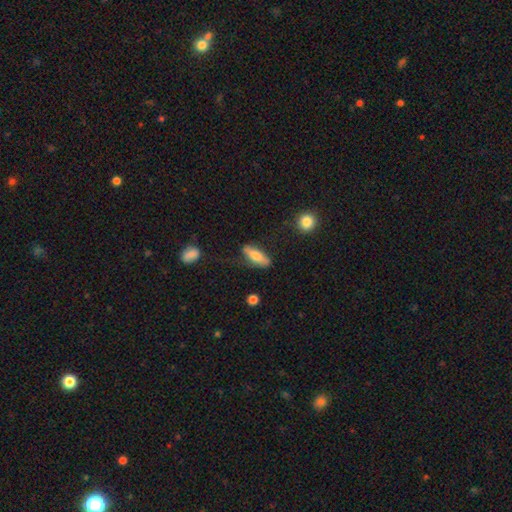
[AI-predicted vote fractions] The model was most divided on "how rounded": in between: 59%, cigar-shaped: 38%, round: 2%. More confident: smooth or featured — smooth (68%); merging — none (66%).